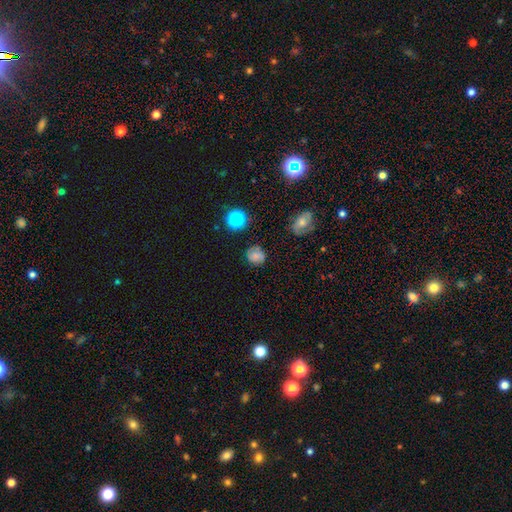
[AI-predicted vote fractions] smooth 67%, featured or disk 19%, star or artifact 14%. Down the decision tree: how rounded — round (81%); merging — none (77%).